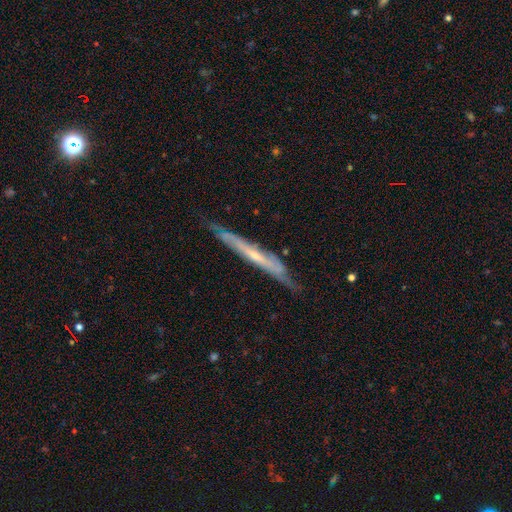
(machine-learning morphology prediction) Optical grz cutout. It shows a featured or disk galaxy (71%) viewed edge-on (91%) with no central bulge (55%). Merging: none (77%).